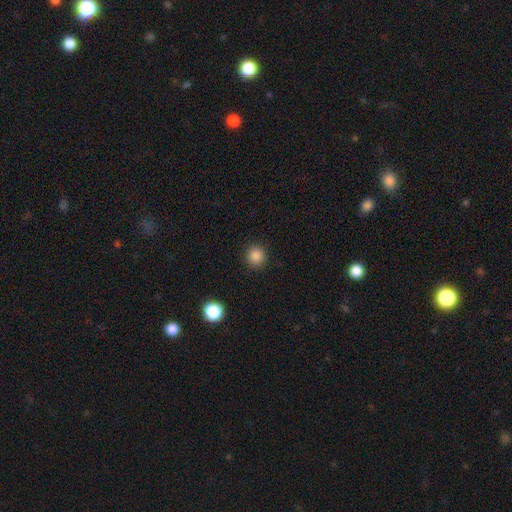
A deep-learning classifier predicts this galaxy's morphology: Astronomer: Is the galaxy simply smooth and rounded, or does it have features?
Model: smooth — 86%.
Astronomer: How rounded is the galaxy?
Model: round — 93%.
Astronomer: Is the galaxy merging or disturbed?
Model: none — 90%.